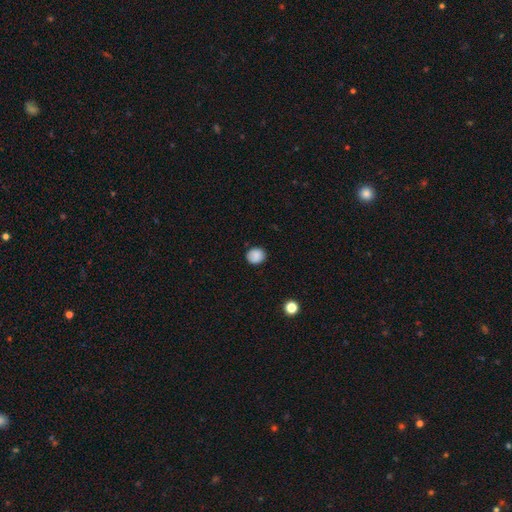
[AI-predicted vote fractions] This appears to be a smooth galaxy with no disk features (86%) that is round (79%). Merging: none (86%).